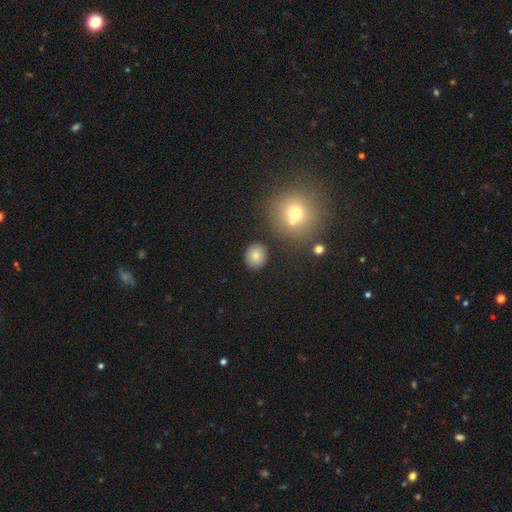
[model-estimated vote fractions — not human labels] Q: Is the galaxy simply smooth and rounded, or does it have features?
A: smooth — 83%.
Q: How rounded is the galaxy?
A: round — 78%.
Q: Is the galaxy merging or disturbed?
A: none — 86%.